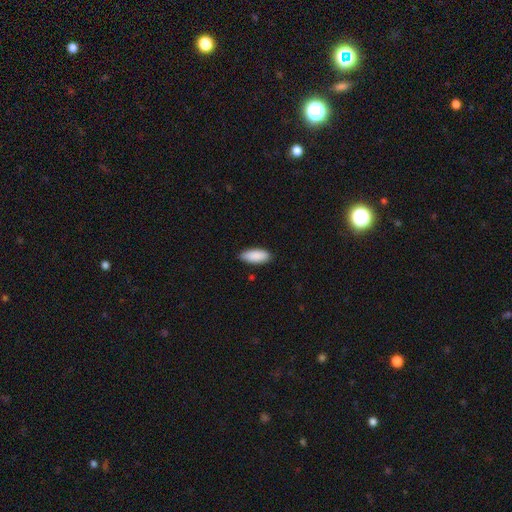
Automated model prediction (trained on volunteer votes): Overall: smooth (90%). How rounded: in between (82%). Merging: none (86%).